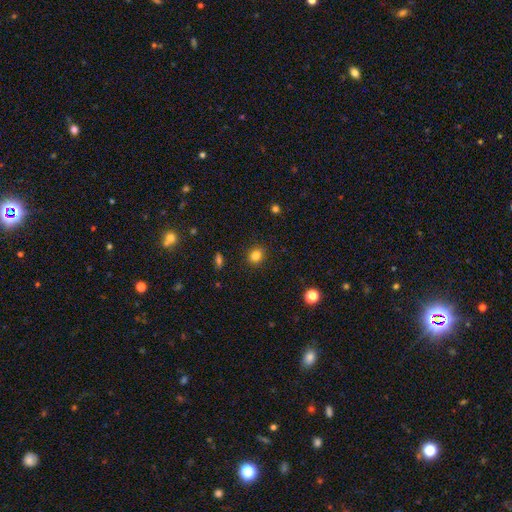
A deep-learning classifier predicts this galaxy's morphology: The model was most divided on "how rounded": round: 67%, in between: 32%, cigar-shaped: 1%. More confident: merging — none (89%); smooth or featured — smooth (82%).